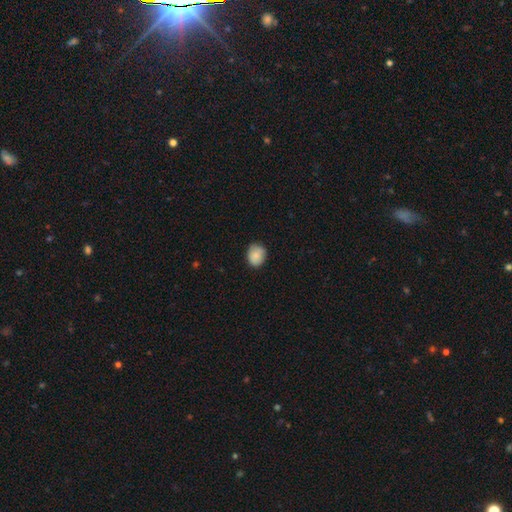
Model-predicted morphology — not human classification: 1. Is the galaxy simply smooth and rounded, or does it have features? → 86% smooth, 8% star or artifact, 7% featured or disk.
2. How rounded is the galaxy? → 66% round, 33% in between, 1% cigar-shaped.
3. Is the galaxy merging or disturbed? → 81% none, 16% minor disturbance, 3% major disturbance, 1% merger.